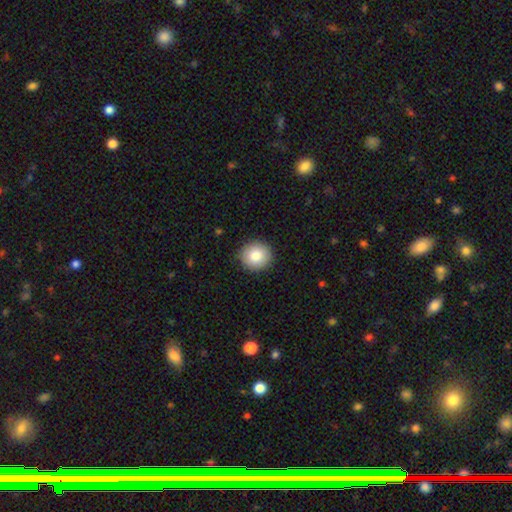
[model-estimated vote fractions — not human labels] Overall: smooth (84%). How rounded: round (91%). Merging: none (90%).